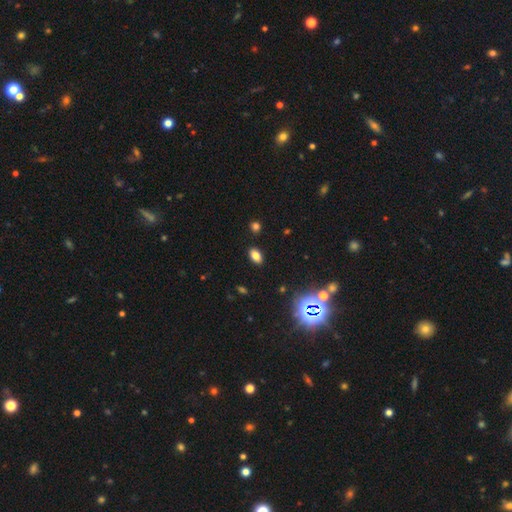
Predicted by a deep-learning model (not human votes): Smooth or featured: smooth — 77% (star or artifact — 16%)
How rounded: in between — 89% (round — 9%)
Merging: none — 89% (minor disturbance — 8%)